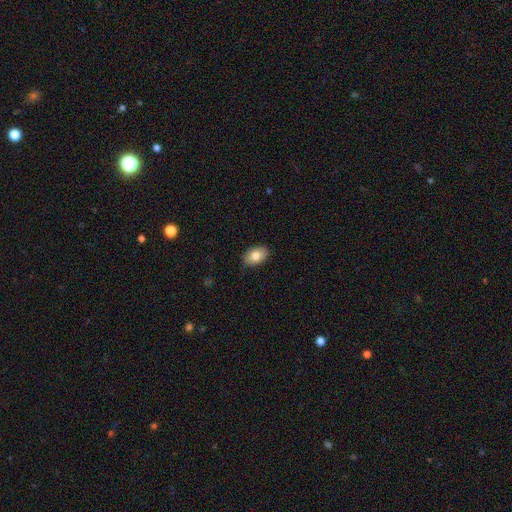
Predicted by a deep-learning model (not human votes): The model was most divided on "smooth or featured": smooth: 81%, featured or disk: 12%, star or artifact: 7%. More confident: how rounded — in between (88%); merging — none (87%).